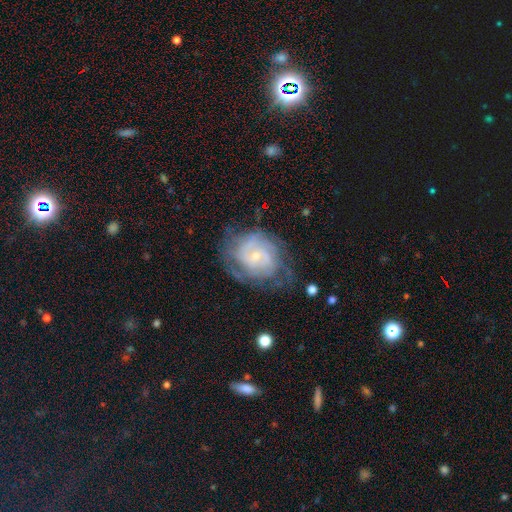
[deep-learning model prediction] This appears to be a featured or disk galaxy (80%) with no bar (64%), tight (63%) spiral arms (92%) and a small central bulge (75%). Merging: none (65%).